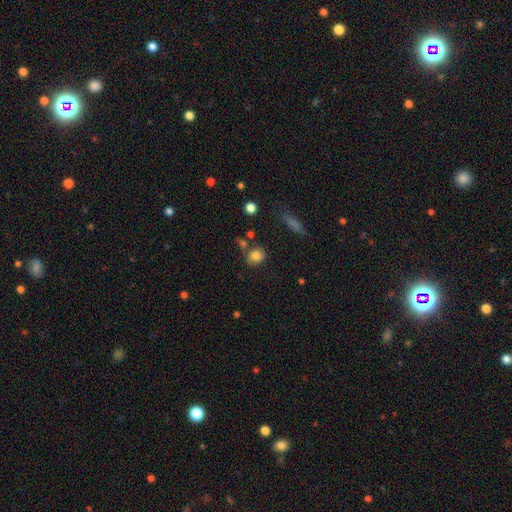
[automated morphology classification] The model was most divided on "how rounded": round: 64%, in between: 34%, cigar-shaped: 2%. More confident: smooth or featured — smooth (81%); merging — none (71%).